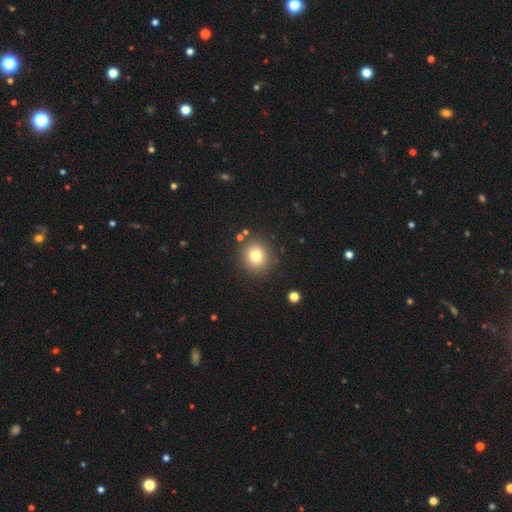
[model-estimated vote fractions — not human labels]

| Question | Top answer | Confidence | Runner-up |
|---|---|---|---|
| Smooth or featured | smooth | 78% | star or artifact (13%) |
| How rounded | round | 89% | in between (10%) |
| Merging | none | 86% | minor disturbance (8%) |